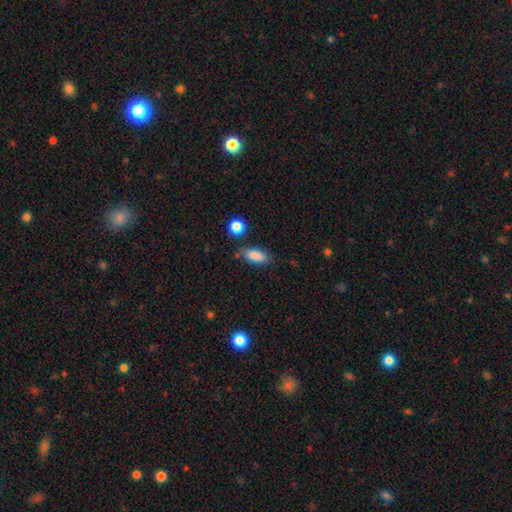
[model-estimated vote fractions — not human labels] This appears to be a smooth galaxy with no disk features (85%) that is in between round and cigar-shaped (80%). Merging: none (73%).